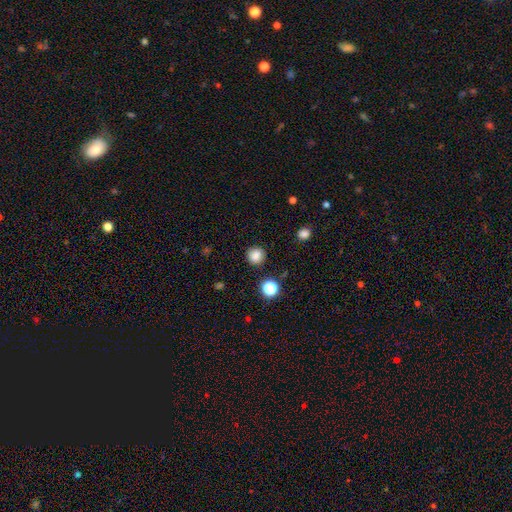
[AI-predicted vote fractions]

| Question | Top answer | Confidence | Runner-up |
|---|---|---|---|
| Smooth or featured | smooth | 84% | star or artifact (12%) |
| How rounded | round | 93% | in between (7%) |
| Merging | none | 89% | minor disturbance (6%) |